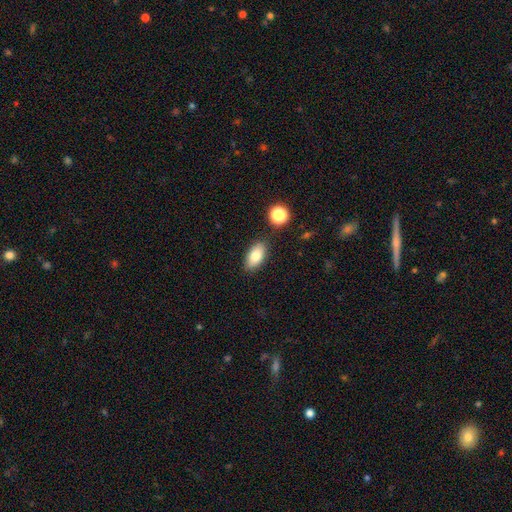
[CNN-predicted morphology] smooth_or_featured: smooth (p=0.81) [alt: featured or disk p=0.11]
how_rounded: in between (p=0.89) [alt: cigar-shaped p=0.06]
merging: none (p=0.84) [alt: minor disturbance p=0.10]